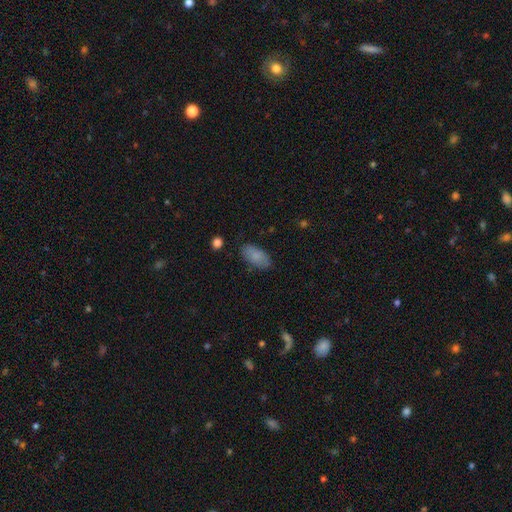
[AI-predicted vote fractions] Smooth or featured? smooth (83%)
How rounded? in between (93%)
Merging? none (81%)